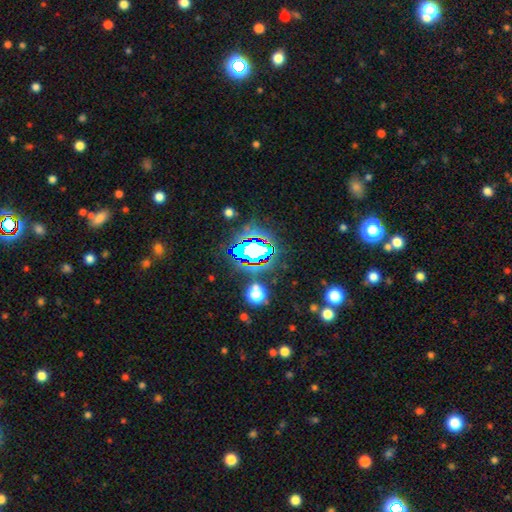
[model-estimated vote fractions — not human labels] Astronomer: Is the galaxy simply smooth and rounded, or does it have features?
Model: star or artifact — 67%.